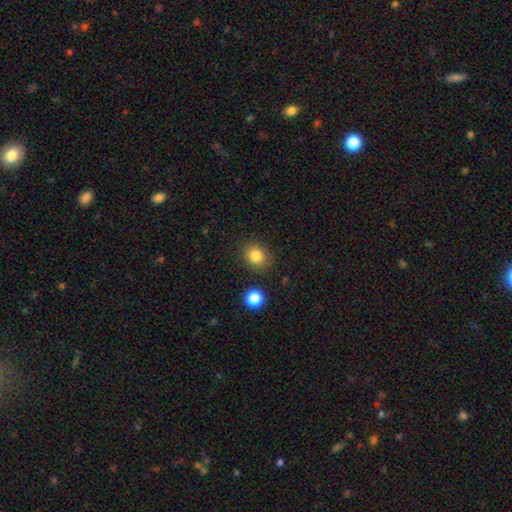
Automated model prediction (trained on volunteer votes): Overall: smooth (83%). How rounded: round (69%; in between 31%). Merging: none (85%).